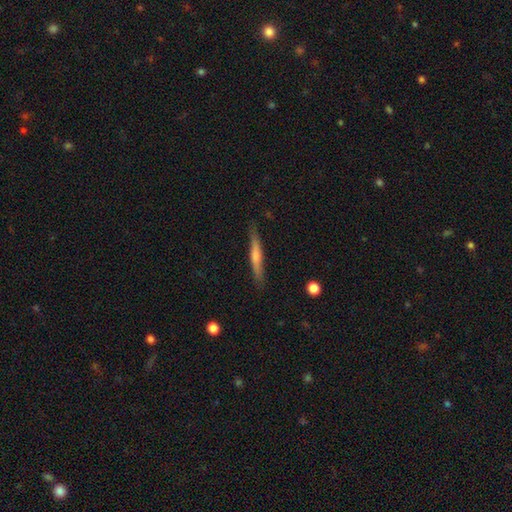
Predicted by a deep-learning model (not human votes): This appears to be a featured or disk galaxy (48%). Merging: none (87%).